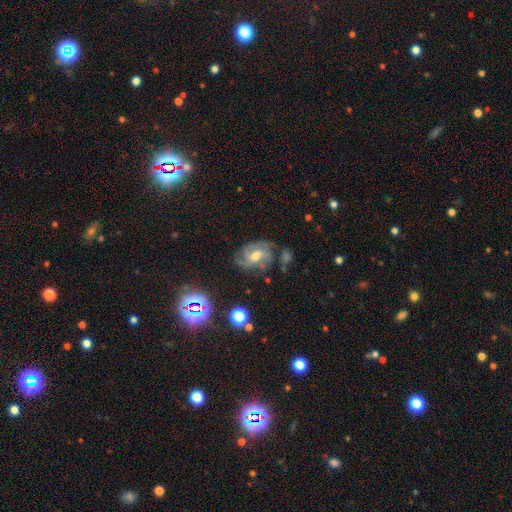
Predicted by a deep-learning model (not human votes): This appears to be a featured or disk galaxy (76%) with a weak bar (49%), 3 (37%) medium (45%) spiral arms (94%) and a moderate central bulge (69%). Merging: none (68%).